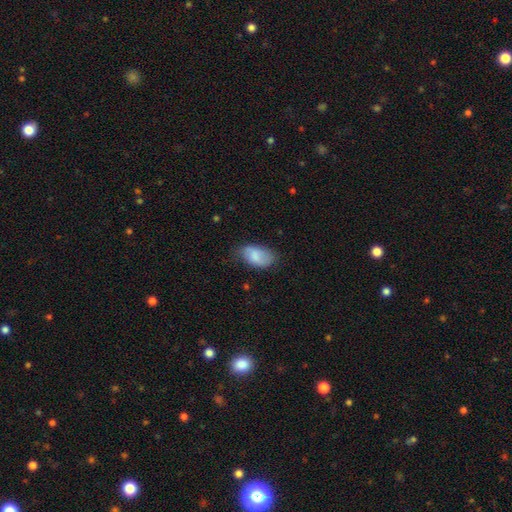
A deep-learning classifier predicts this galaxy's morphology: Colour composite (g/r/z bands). It shows a smooth galaxy with no disk features (80%) that is in between round and cigar-shaped (93%). Merging: none (63%).